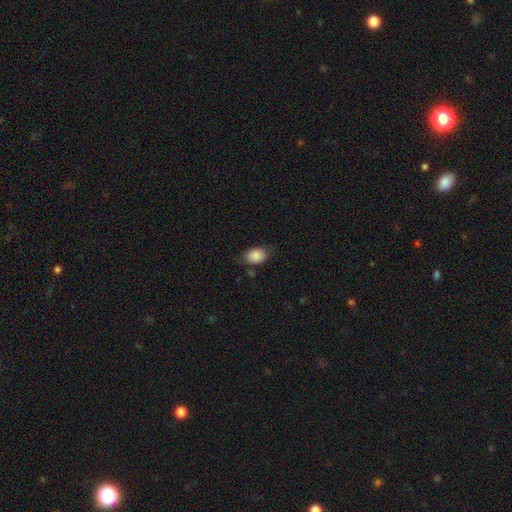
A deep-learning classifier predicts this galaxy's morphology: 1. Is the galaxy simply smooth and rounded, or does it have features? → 86% smooth, 8% star or artifact, 6% featured or disk.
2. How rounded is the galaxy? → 78% in between, 21% round, 1% cigar-shaped.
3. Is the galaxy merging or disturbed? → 71% none, 21% minor disturbance, 5% major disturbance, 2% merger.